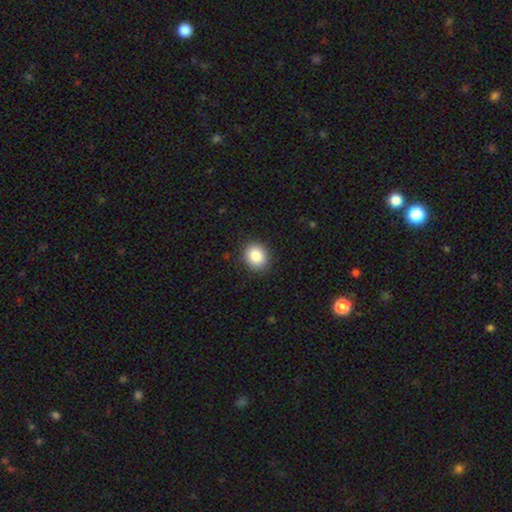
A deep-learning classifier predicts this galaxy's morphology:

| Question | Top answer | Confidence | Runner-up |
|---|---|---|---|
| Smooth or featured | smooth | 87% | star or artifact (8%) |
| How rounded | round | 59% | in between (40%) |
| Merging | none | 88% | minor disturbance (9%) |